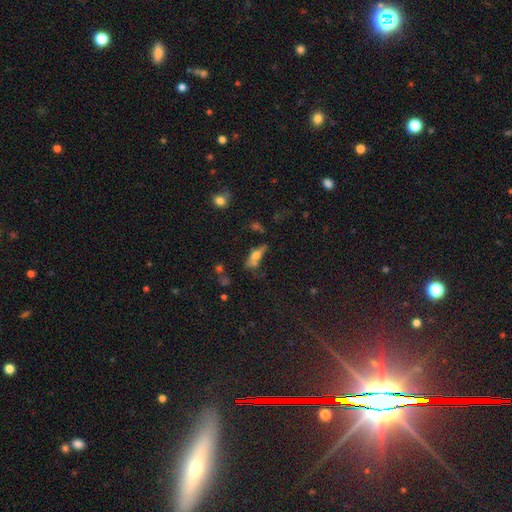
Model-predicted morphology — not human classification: Smooth or featured: smooth — 45% (featured or disk — 44%)
Merging: none — 50% (minor disturbance — 21%)